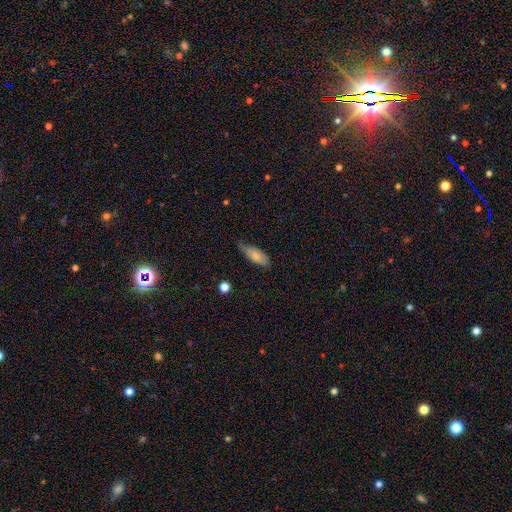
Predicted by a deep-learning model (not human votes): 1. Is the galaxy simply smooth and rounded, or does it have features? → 78% smooth, 15% featured or disk, 7% star or artifact.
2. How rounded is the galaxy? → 75% in between, 23% cigar-shaped, 2% round.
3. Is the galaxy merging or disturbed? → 51% none, 39% minor disturbance, 8% major disturbance, 2% merger.